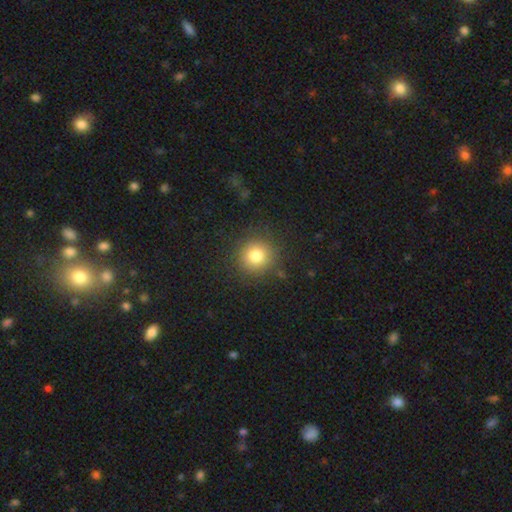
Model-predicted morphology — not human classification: Smooth or featured: smooth — 81% (star or artifact — 12%)
How rounded: round — 92% (in between — 7%)
Merging: none — 87% (minor disturbance — 8%)